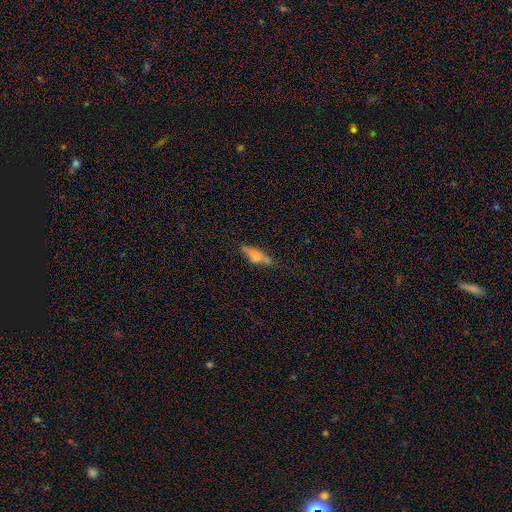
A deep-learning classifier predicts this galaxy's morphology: A featured or disk galaxy (46%). Merging: none (68%).